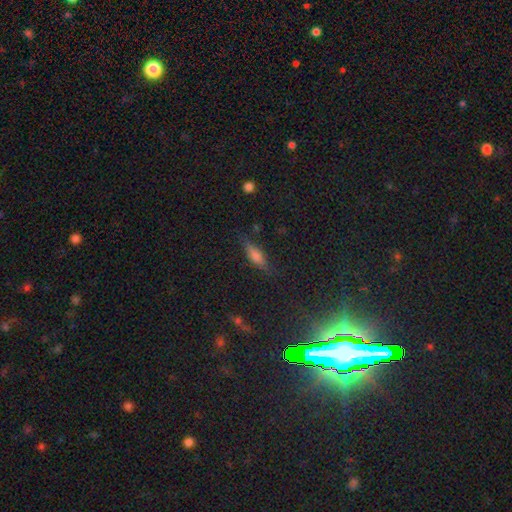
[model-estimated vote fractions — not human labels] The model was most divided on "smooth or featured": smooth: 50%, featured or disk: 33%, star or artifact: 17%. More confident: merging — none (79%).